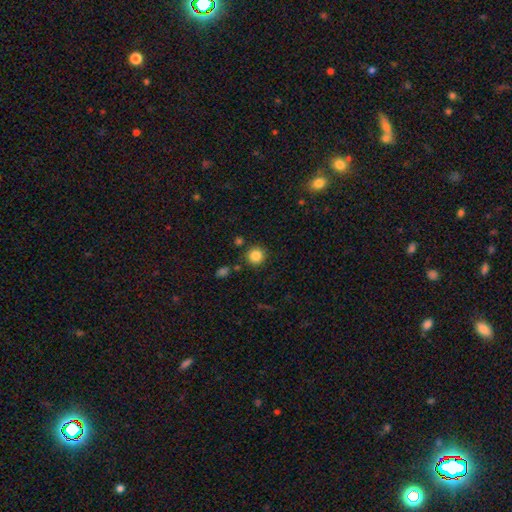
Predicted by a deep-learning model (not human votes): smooth 85%, star or artifact 11%, featured or disk 5%. Down the decision tree: how rounded — round (94%); merging — none (86%).